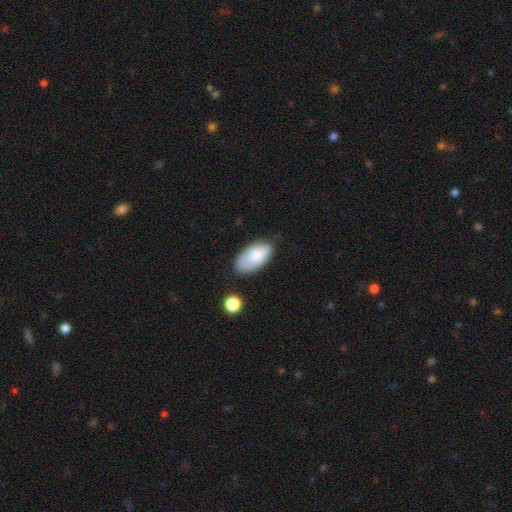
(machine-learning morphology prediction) A smooth galaxy with no disk features (76%) that is in between round and cigar-shaped (95%). Merging: none (66%).